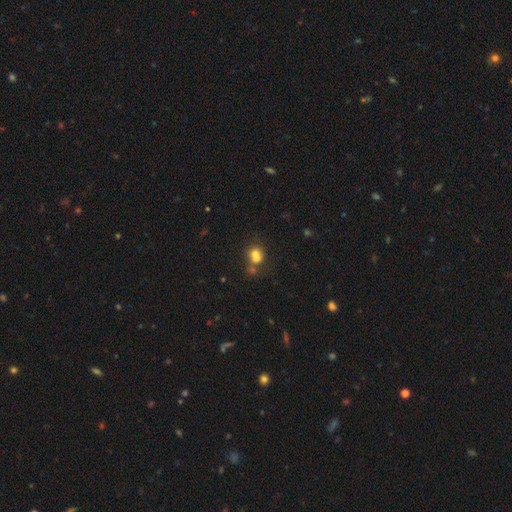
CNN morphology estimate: A smooth galaxy with no disk features (68%) that is round (70%).

Vote fractions:
- Smooth or featured? smooth: 68% / featured or disk: 17% / star or artifact: 14%
- How rounded? round: 70% / in between: 29% / cigar-shaped: 1%
- Merging? merger: 55% / none: 33% / minor disturbance: 8% / major disturbance: 4%